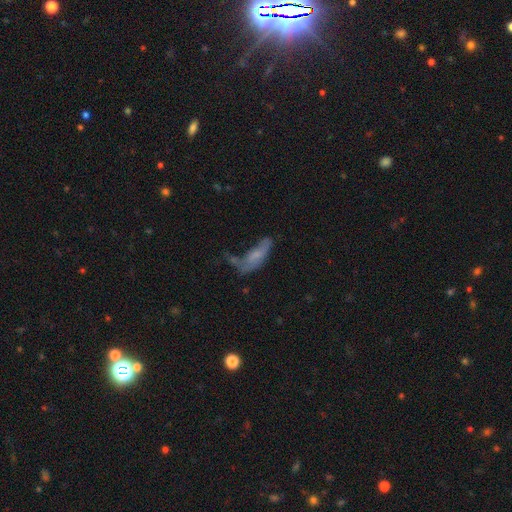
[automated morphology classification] smooth-or-featured: smooth: 61% | featured or disk: 28% | star or artifact: 11%
  how-rounded: in between: 61% | cigar-shaped: 37% | round: 3%
  merging: none: 30% | major disturbance: 29% | minor disturbance: 26% | merger: 15%